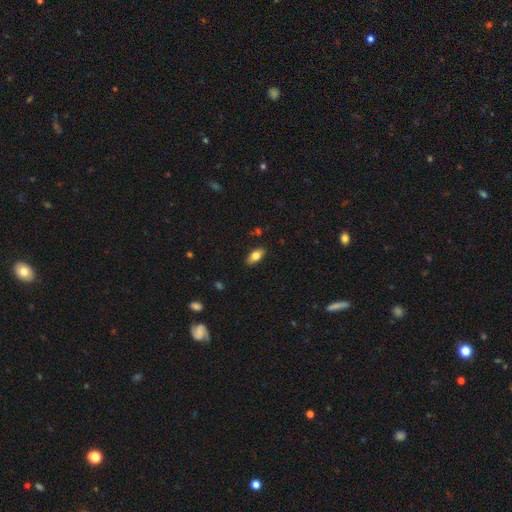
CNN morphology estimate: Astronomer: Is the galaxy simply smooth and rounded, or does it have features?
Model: smooth — 76%.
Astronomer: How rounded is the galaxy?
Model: in between — 87%.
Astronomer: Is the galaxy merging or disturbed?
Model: none — 87%.